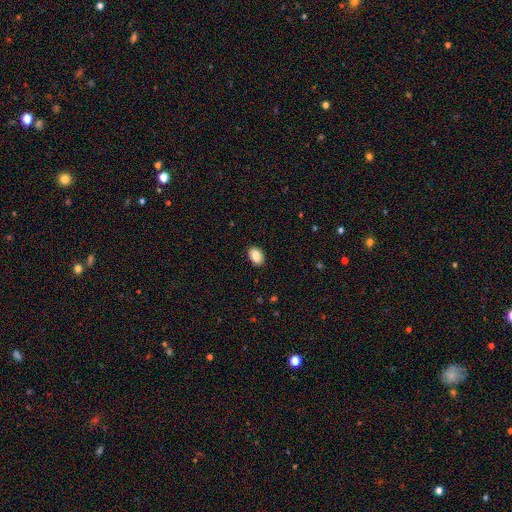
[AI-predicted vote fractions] smooth_or_featured: smooth (p=0.88) [alt: star or artifact p=0.07]
how_rounded: in between (p=0.87) [alt: round p=0.12]
merging: none (p=0.88) [alt: minor disturbance p=0.09]